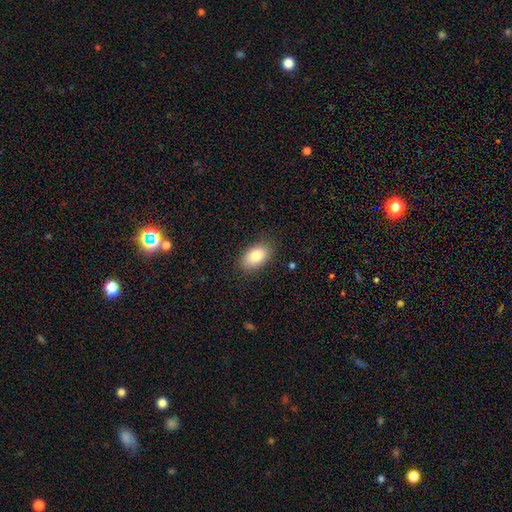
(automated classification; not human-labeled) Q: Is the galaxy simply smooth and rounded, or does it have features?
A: smooth — 82%.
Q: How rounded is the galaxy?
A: in between — 91%.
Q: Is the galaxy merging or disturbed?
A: none — 85%.